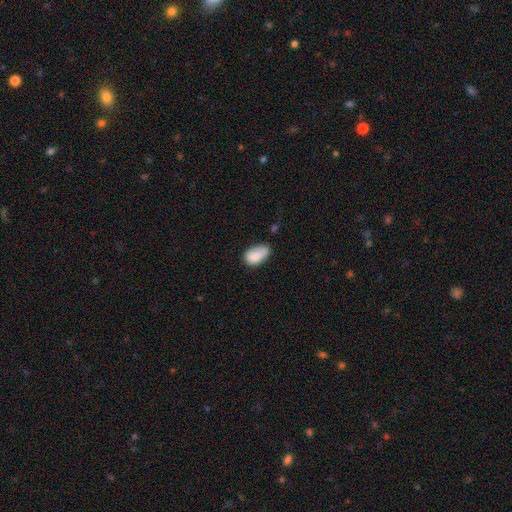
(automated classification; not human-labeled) Smooth or featured? Predicted: smooth (p=0.81). How rounded? Predicted: in between (p=0.92). Merging? Predicted: none (p=0.51).